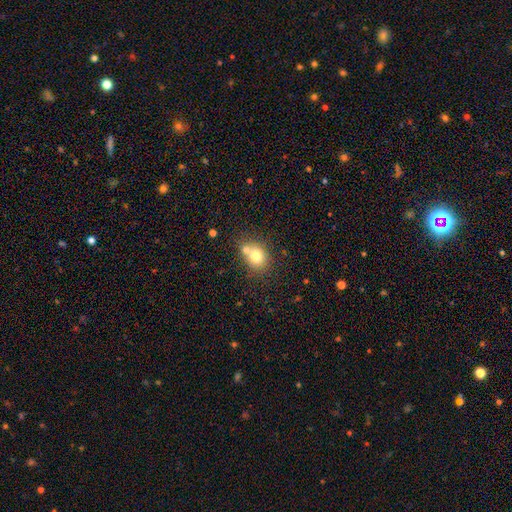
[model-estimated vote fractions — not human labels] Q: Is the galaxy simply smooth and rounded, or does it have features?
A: smooth — 74%.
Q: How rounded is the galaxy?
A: round — 62%.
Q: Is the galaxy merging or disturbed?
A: none — 48%.